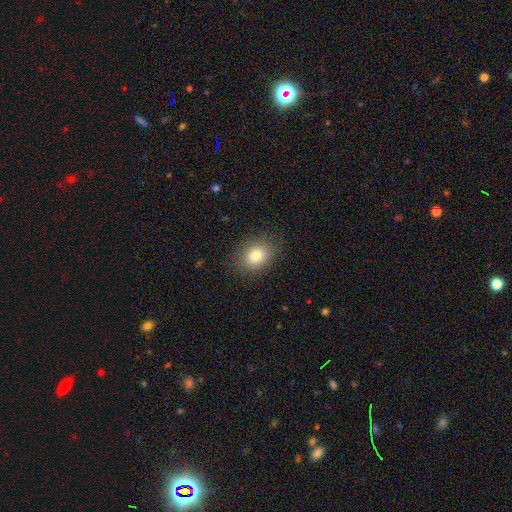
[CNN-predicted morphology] Overall: smooth (80%). How rounded: in between (55%; round 44%). Merging: none (86%).